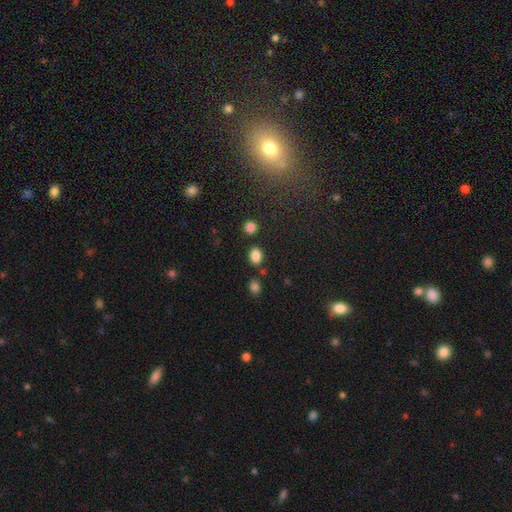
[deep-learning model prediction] Smooth or featured?
  - smooth: 85% *
  - star or artifact: 11%
  - featured or disk: 4%
How rounded?
  - in between: 68% *
  - round: 31%
  - cigar-shaped: 1%
Merging?
  - none: 78% *
  - minor disturbance: 11%
  - merger: 8%
  - major disturbance: 3%